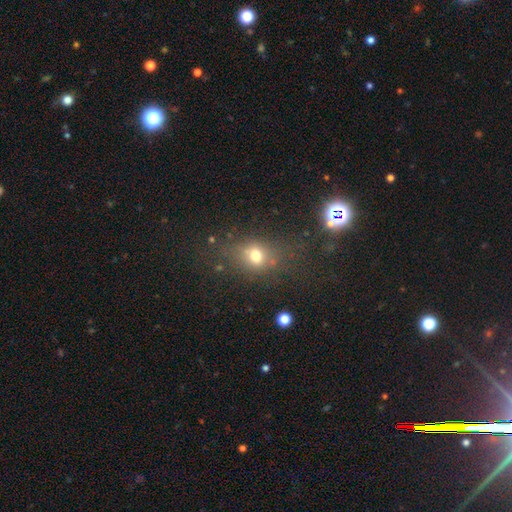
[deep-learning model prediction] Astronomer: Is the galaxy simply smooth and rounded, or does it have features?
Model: smooth — 68%.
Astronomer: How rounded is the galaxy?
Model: in between — 52% (runner-up: round, 45%).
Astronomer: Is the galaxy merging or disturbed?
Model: none — 65%.